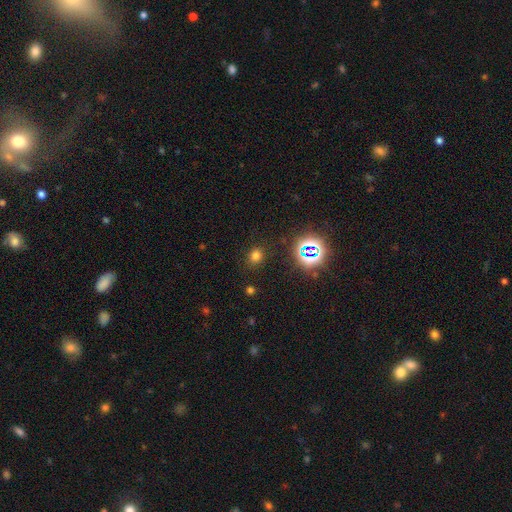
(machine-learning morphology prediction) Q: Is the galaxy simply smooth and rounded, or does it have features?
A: smooth — 69%.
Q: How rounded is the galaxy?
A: round — 70%.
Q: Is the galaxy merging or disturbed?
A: none — 85%.